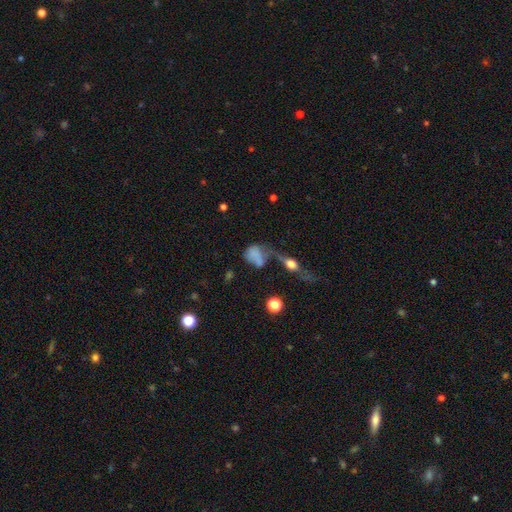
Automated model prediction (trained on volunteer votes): Morphology: type=smooth (64%); roundness=in between (56%); merging=merger (30%).